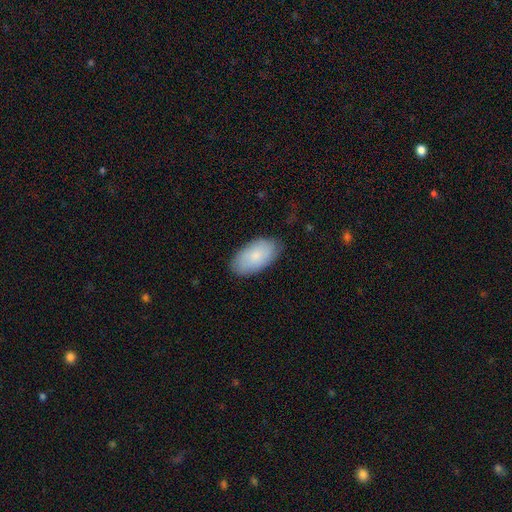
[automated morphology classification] Smooth or featured? Predicted: smooth (p=0.81). How rounded? Predicted: in between (p=0.96). Merging? Predicted: none (p=0.81).